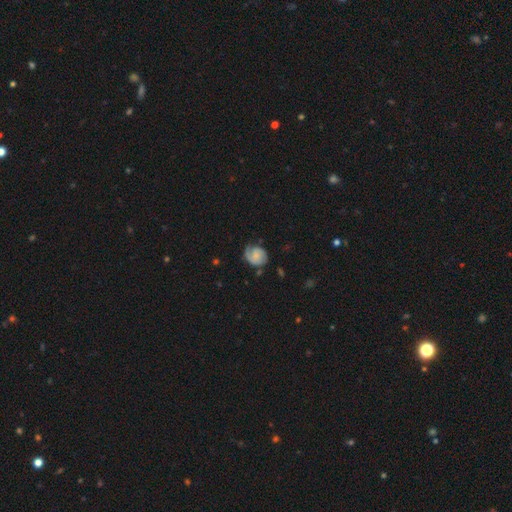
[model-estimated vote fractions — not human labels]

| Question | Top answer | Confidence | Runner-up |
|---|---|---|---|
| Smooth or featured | featured or disk | 59% | smooth (34%) |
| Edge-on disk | no | 97% | yes (3%) |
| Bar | no | 66% | weak (29%) |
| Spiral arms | yes | 91% | no (9%) |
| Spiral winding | tight | 51% | medium (35%) |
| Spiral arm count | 2 | 42% | 1 (37%) |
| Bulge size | small | 44% | none (32%) |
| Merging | none | 57% | minor disturbance (27%) |